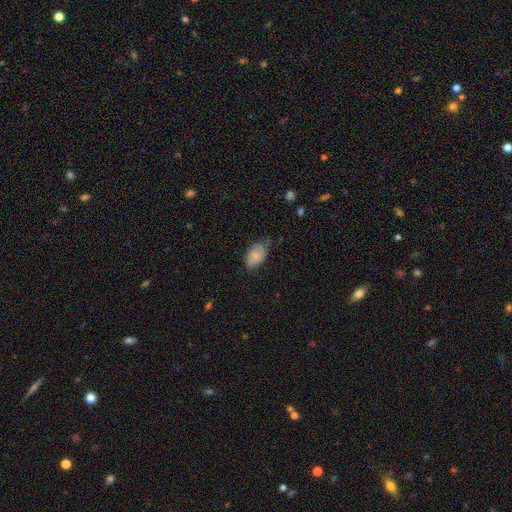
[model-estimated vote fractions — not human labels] A smooth galaxy with no disk features (77%) that is in between round and cigar-shaped (92%).

Vote fractions:
- Smooth or featured? smooth: 77% / featured or disk: 16% / star or artifact: 7%
- How rounded? in between: 92% / round: 7% / cigar-shaped: 1%
- Merging? none: 61% / minor disturbance: 31% / major disturbance: 6% / merger: 2%